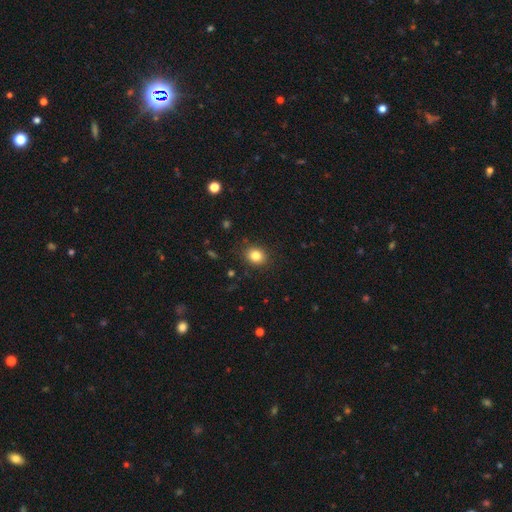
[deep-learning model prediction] smooth_or_featured: smooth (p=0.83) [alt: star or artifact p=0.11]
how_rounded: round (p=0.62) [alt: in between p=0.37]
merging: none (p=0.87) [alt: minor disturbance p=0.09]